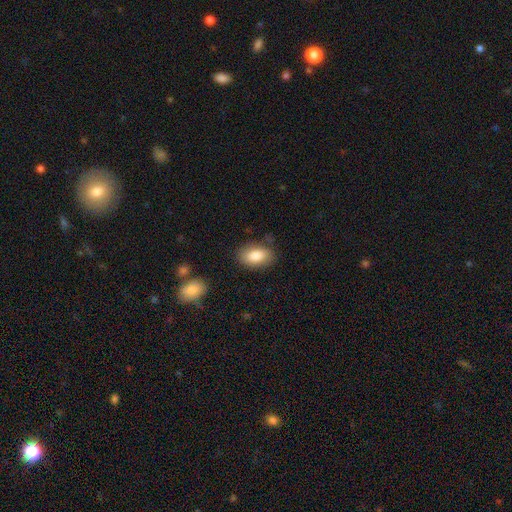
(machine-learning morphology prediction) type=smooth (84%); roundness=in between (91%); merging=none (81%).